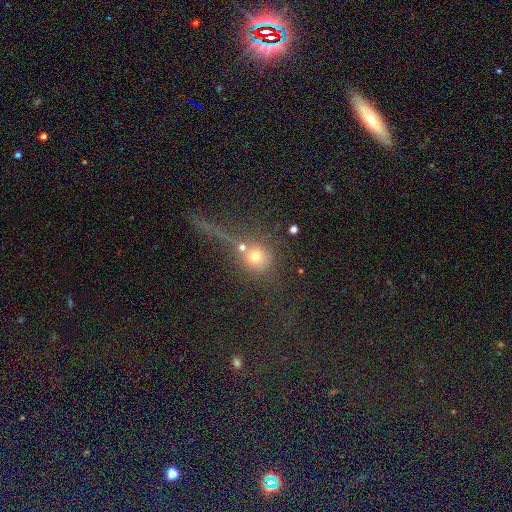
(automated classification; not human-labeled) Overall: smooth (59%; star or artifact 25%). How rounded: round (86%). Merging: none (51%; merger 27%).